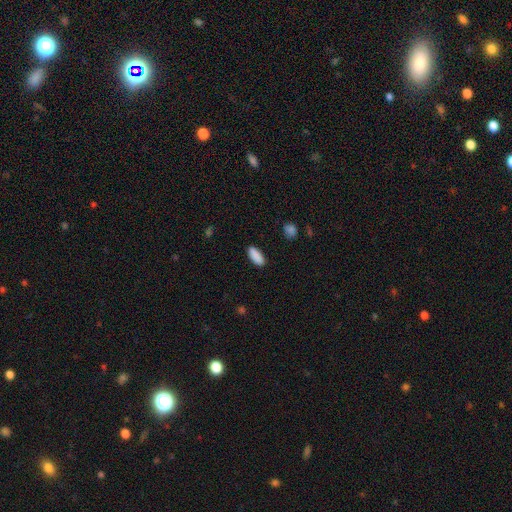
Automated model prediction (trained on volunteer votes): This is clearly a smooth galaxy (90%). How rounded: clearly in between (84%). Merging: clearly none (88%).